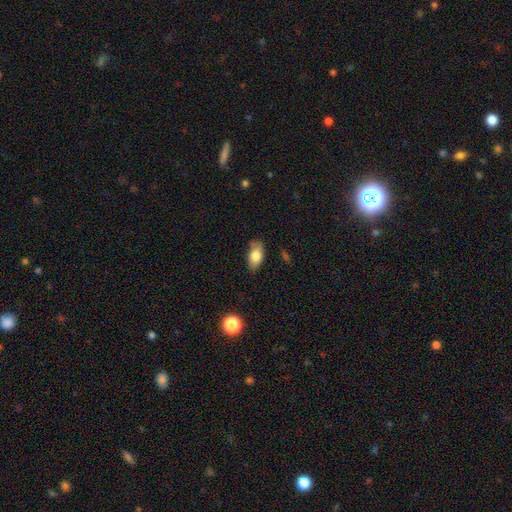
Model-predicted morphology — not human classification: Smooth or featured: smooth — 79% (featured or disk — 13%)
How rounded: in between — 90% (round — 6%)
Merging: none — 71% (minor disturbance — 23%)